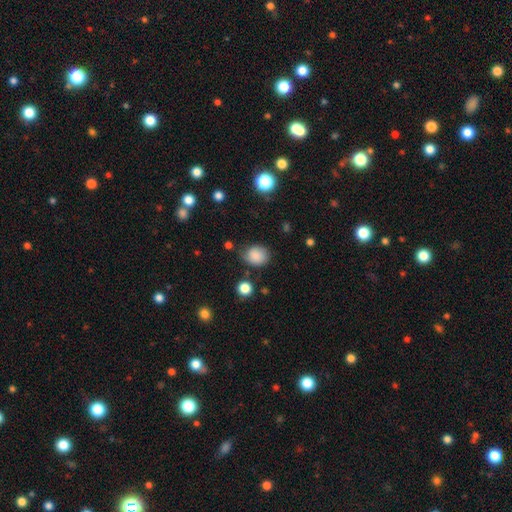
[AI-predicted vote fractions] This appears to be a smooth galaxy with no disk features (84%) that is round (60%). Merging: none (69%).